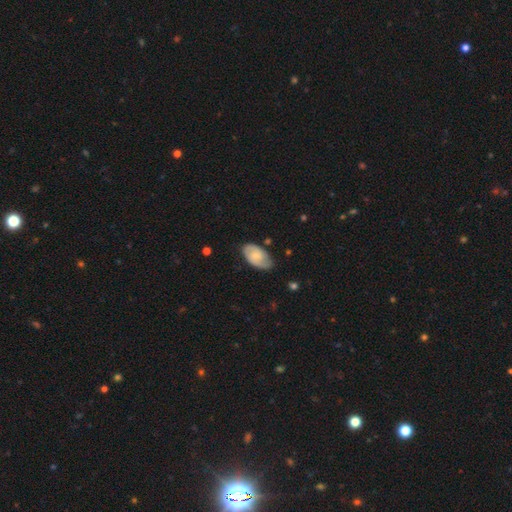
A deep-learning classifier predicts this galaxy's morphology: This appears to be a featured or disk galaxy (56%) with no bar (59%), spiral arms (86%) and a small central bulge (58%). Merging: none (69%).